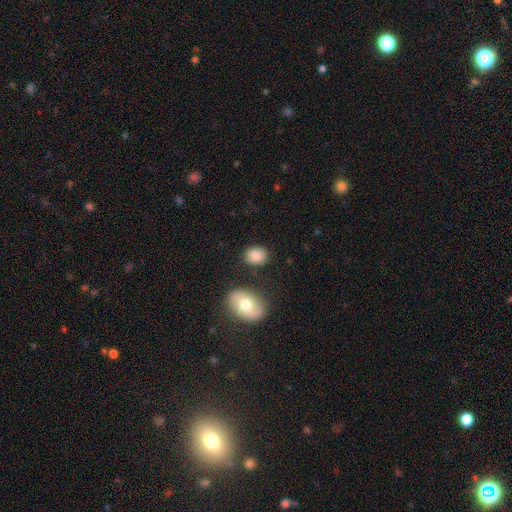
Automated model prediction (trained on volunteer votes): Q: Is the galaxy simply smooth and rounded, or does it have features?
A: smooth — 84%.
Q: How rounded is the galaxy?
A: in between — 50%.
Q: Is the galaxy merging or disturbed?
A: none — 80%.